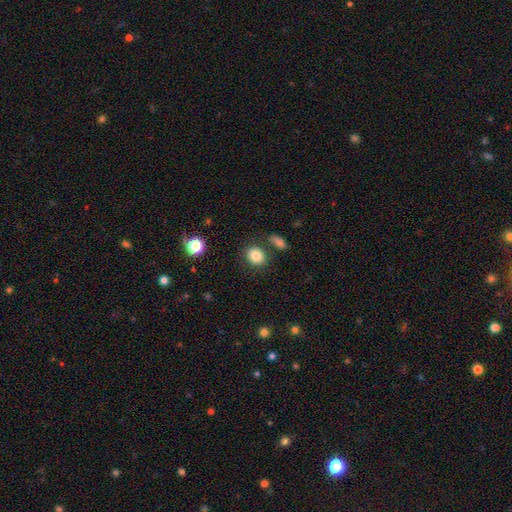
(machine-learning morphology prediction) smooth-or-featured: smooth: 83% | star or artifact: 10% | featured or disk: 7%
  how-rounded: round: 67% | in between: 32% | cigar-shaped: 1%
  merging: none: 78% | minor disturbance: 11% | merger: 8% | major disturbance: 4%